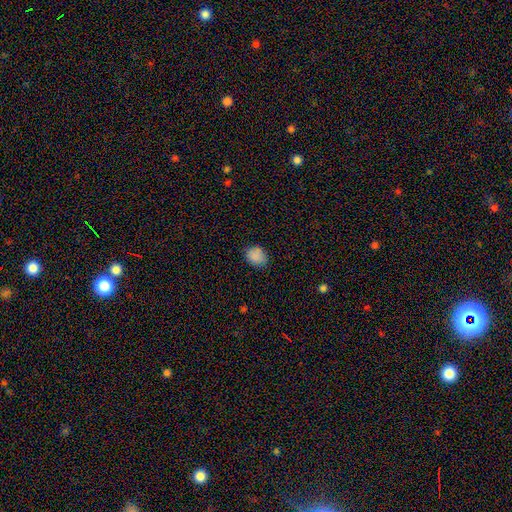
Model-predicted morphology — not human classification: A smooth galaxy with no disk features (86%) that is round (51%). Merging: none (80%).